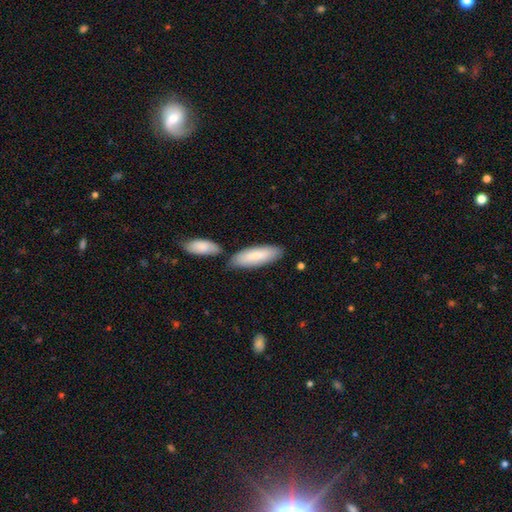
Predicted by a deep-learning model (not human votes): Smooth or featured? smooth (83%)
How rounded? in between (56%)
Merging? none (67%)